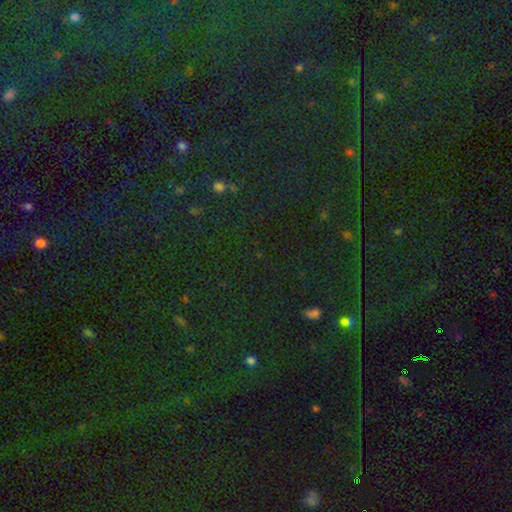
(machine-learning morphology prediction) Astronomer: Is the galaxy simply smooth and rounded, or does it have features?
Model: star or artifact — 79%.